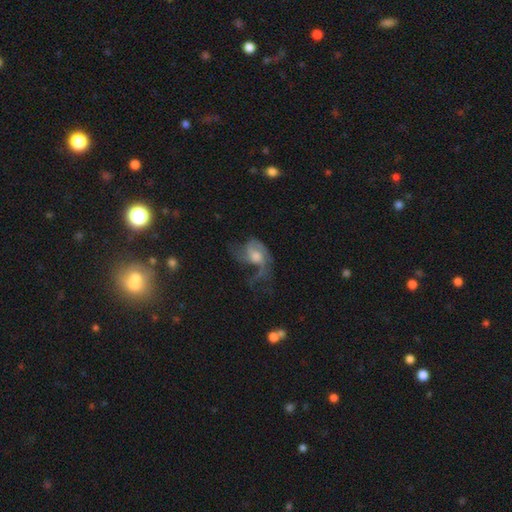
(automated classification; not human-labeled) This appears to be a featured or disk galaxy (75%) with no bar (64%), 2 (31%) loose (47%) spiral arms (87%) and a moderate central bulge (58%). Merging: major disturbance (47%).